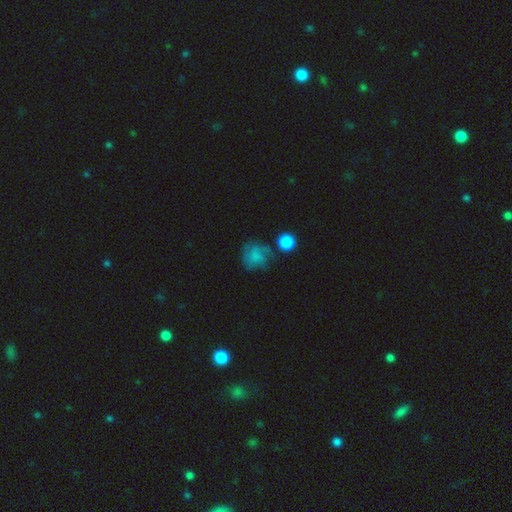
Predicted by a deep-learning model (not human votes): Overall: smooth (59%; featured or disk 29%). How rounded: round (77%). Merging: none (52%; minor disturbance 24%).